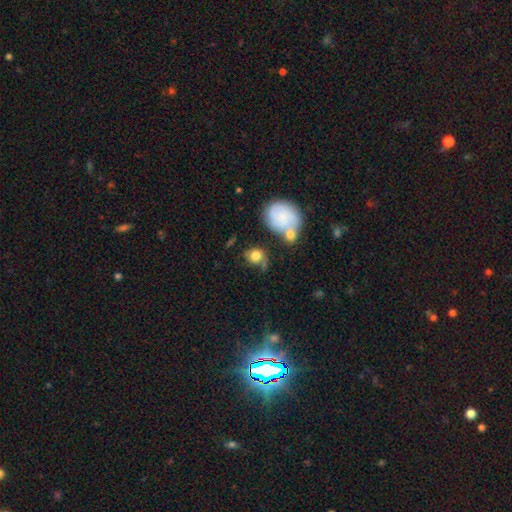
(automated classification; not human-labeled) Smooth or featured: smooth — 71% (featured or disk — 20%)
How rounded: round — 76% (in between — 22%)
Merging: none — 50% (minor disturbance — 21%)